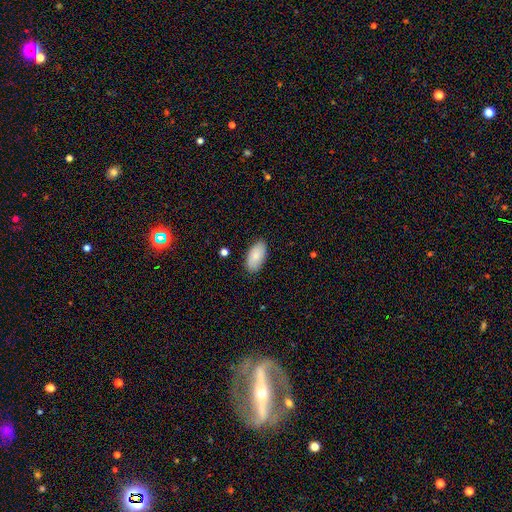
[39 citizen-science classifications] smooth_or_featured: smooth (p=0.87) [alt: star or artifact p=0.10]
how_rounded: in between (p=0.97) [alt: round p=0.03]
merging: none (p=0.97) [alt: minor disturbance p=0.03]